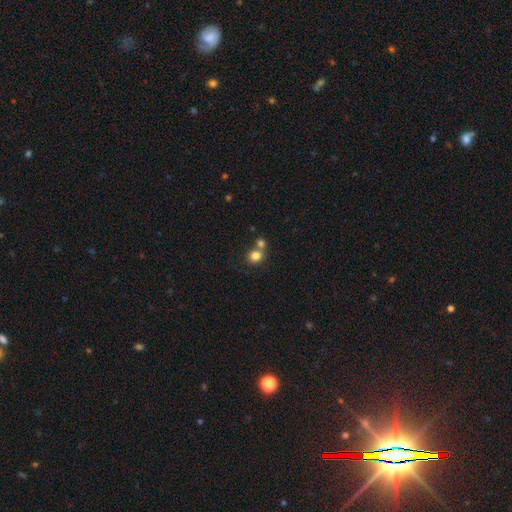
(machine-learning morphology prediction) smooth_or_featured: smooth (p=0.81) [alt: star or artifact p=0.11]
how_rounded: round (p=0.81) [alt: in between p=0.18]
merging: none (p=0.50) [alt: merger p=0.39]